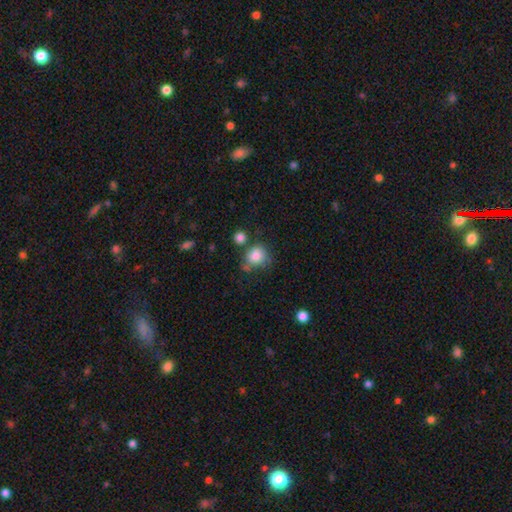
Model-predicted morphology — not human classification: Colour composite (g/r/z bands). It shows a smooth galaxy with no disk features (82%) that is round (81%). Merging: none (57%).